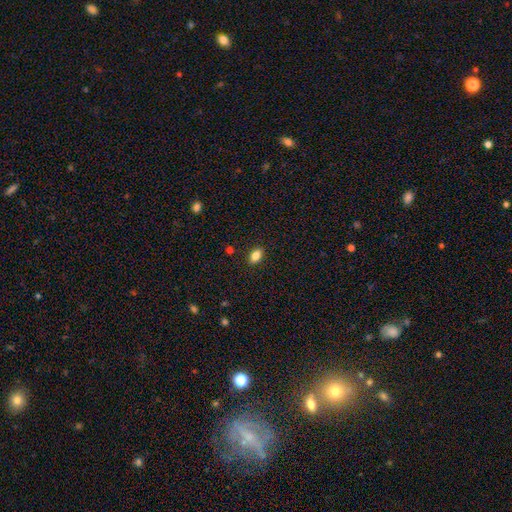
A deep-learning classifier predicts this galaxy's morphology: type=smooth (82%); roundness=in between (86%); merging=none (89%).